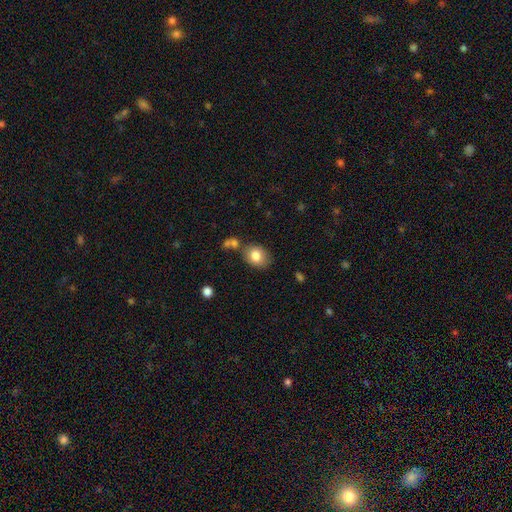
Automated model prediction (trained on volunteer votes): smooth_or_featured: smooth (p=0.81) [alt: featured or disk p=0.10]
how_rounded: in between (p=0.56) [alt: round p=0.43]
merging: none (p=0.69) [alt: minor disturbance p=0.16]